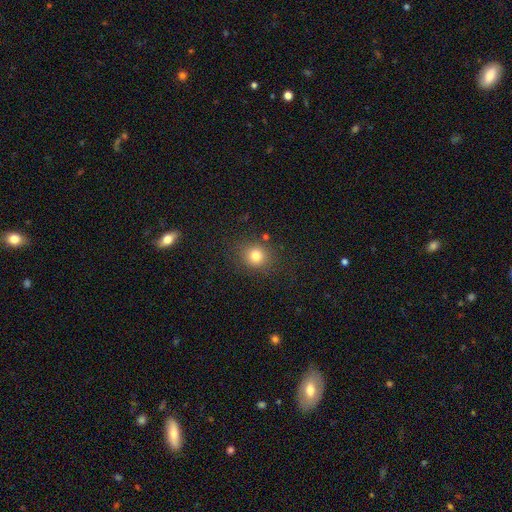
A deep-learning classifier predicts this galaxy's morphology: smooth-or-featured: smooth: 80% | star or artifact: 13% | featured or disk: 7%
  how-rounded: round: 78% | in between: 21% | cigar-shaped: 1%
  merging: none: 83% | minor disturbance: 11% | major disturbance: 4% | merger: 3%